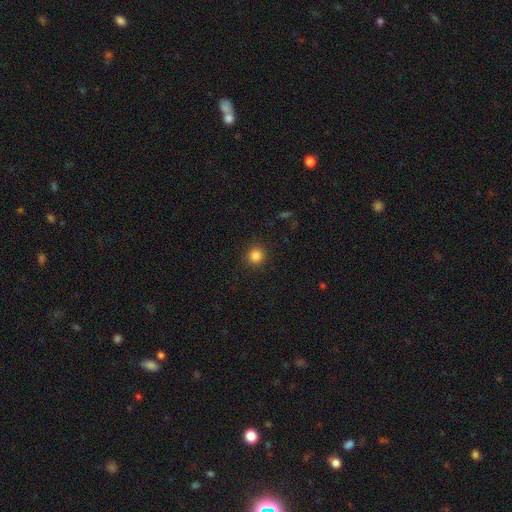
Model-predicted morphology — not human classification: Smooth or featured? Predicted: smooth (p=0.84). How rounded? Predicted: round (p=0.93). Merging? Predicted: none (p=0.91).